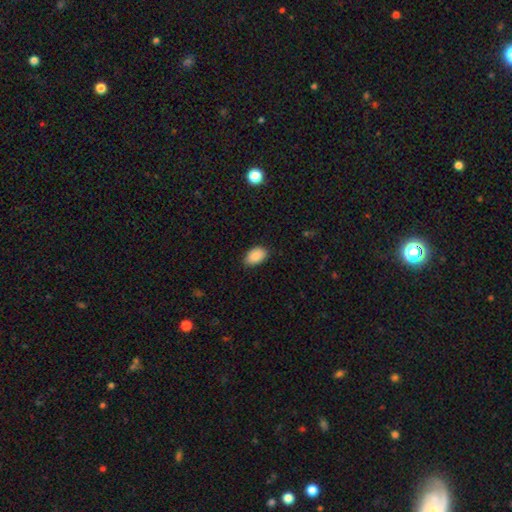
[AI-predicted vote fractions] smooth 90%, star or artifact 7%, featured or disk 3%. Down the decision tree: how rounded — in between (90%); merging — none (84%).